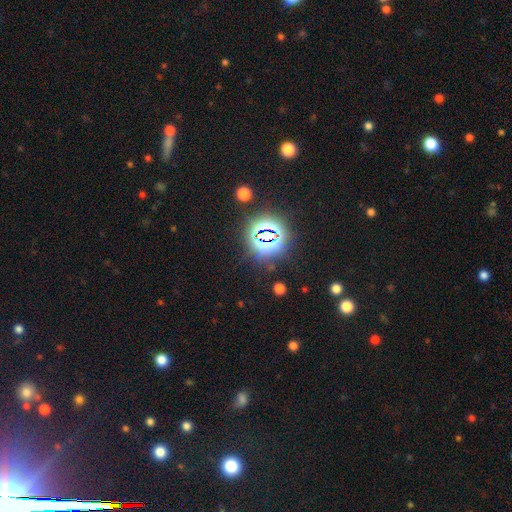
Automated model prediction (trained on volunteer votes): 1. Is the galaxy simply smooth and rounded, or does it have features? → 79% star or artifact, 14% smooth, 7% featured or disk.